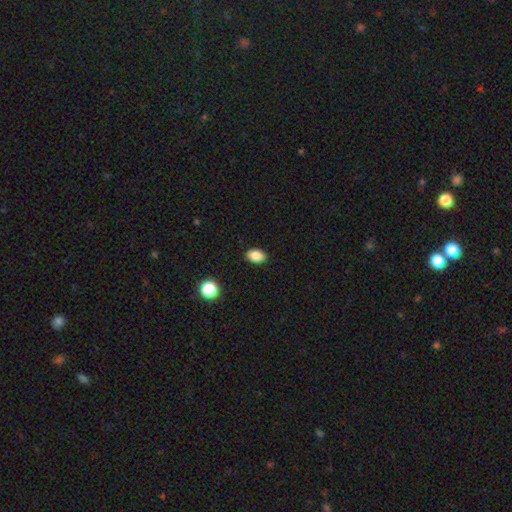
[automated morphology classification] Smooth or featured? smooth (87%)
How rounded? in between (84%)
Merging? none (89%)